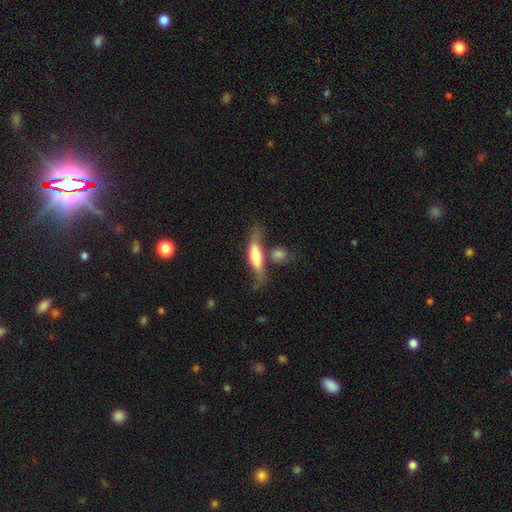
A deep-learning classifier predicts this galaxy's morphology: Smooth or featured?
  - smooth: 55% *
  - featured or disk: 38%
  - star or artifact: 6%
How rounded?
  - cigar-shaped: 58% *
  - in between: 39%
  - round: 3%
Merging?
  - none: 46% *
  - merger: 22%
  - minor disturbance: 21%
  - major disturbance: 11%